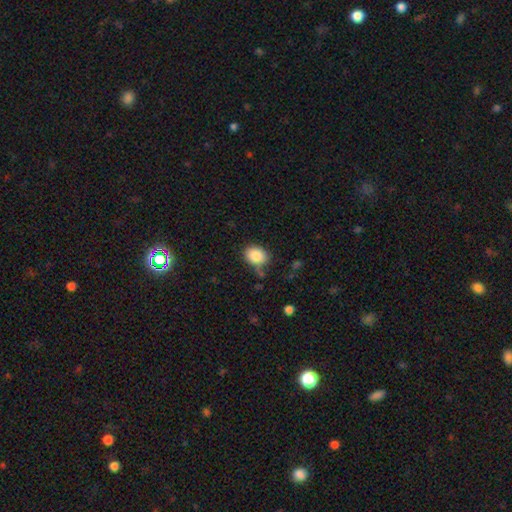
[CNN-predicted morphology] smooth 87%, star or artifact 8%, featured or disk 5%. Down the decision tree: how rounded — in between (55%); merging — none (72%).